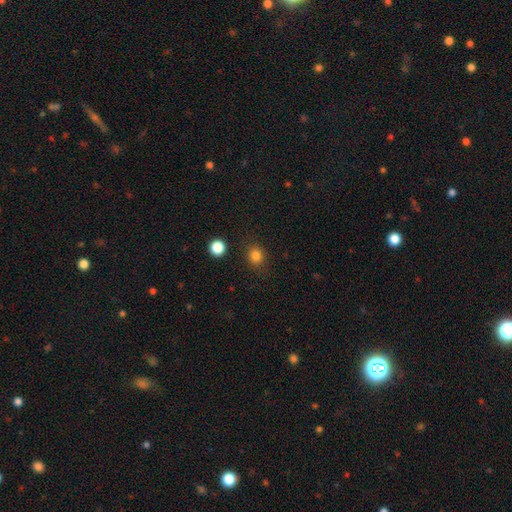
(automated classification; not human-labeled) This is clearly a smooth galaxy (82%). How rounded: clearly round (80%). Merging: clearly none (86%).